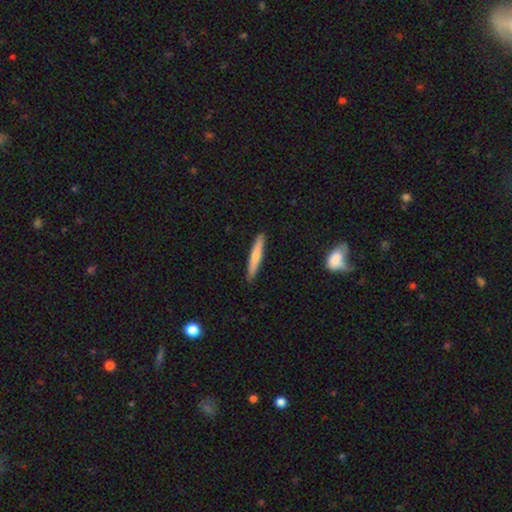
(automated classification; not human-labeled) A smooth galaxy with no disk features (65%) that is cigar-shaped (94%).

Vote fractions:
- Smooth or featured? smooth: 65% / featured or disk: 29% / star or artifact: 5%
- How rounded? cigar-shaped: 94% / in between: 5% / round: 1%
- Merging? none: 91% / minor disturbance: 7% / major disturbance: 1% / merger: 1%